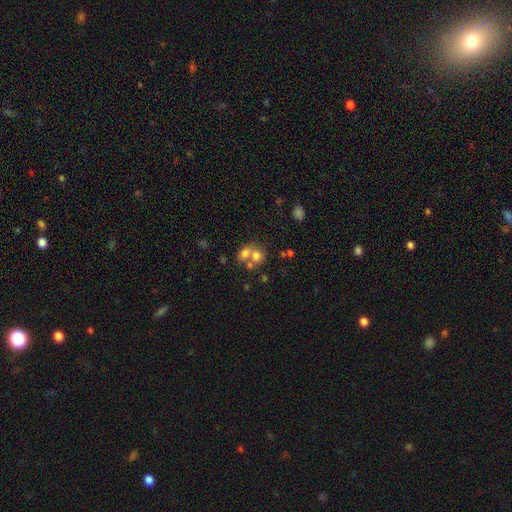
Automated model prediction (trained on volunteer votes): Q: Smooth or featured?
A: smooth (66%); runner-up: featured or disk (20%)
Q: How rounded?
A: round (62%); runner-up: in between (37%)
Q: Merging?
A: merger (59%); runner-up: none (30%)